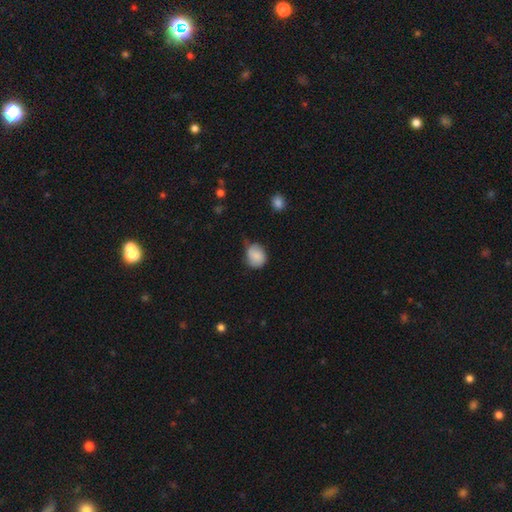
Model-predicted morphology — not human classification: Overall: smooth (83%). How rounded: round (64%; in between 35%). Merging: none (57%; minor disturbance 34%).